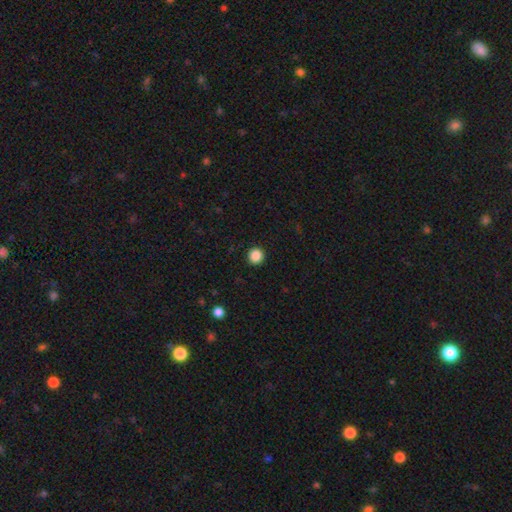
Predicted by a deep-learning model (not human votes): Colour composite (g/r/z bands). It shows a smooth galaxy with no disk features (87%) that is round (94%). Merging: none (93%).